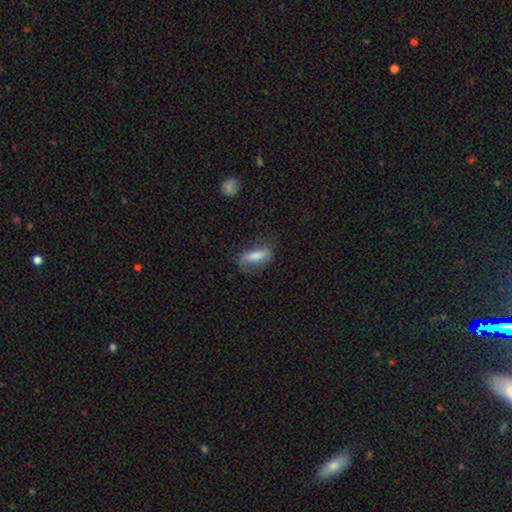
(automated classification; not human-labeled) smooth 68%, featured or disk 24%, star or artifact 7%. Down the decision tree: how rounded — in between (64%); merging — none (66%).